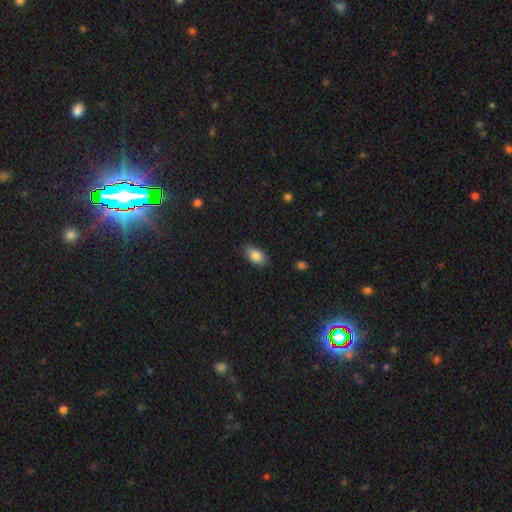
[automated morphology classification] A smooth galaxy with no disk features (84%) that is in between round and cigar-shaped (91%). Merging: none (82%).